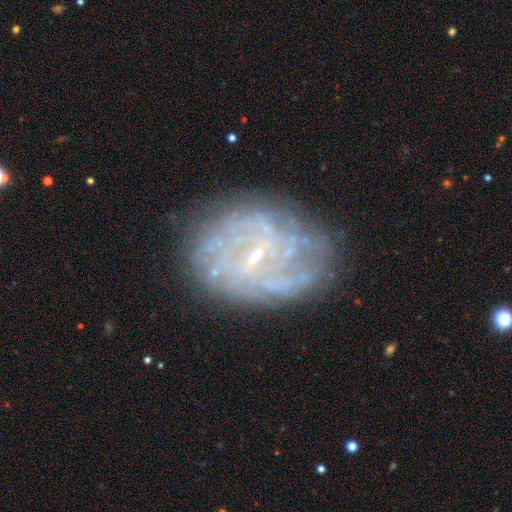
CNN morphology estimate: Smooth or featured? Predicted: featured or disk (p=0.78). Edge-on disk? Predicted: no (p=0.97). Bar? Predicted: weak (p=0.53). Spiral arms? Predicted: yes (p=0.78). Spiral winding? Predicted: tight (p=0.55). Spiral arm count? Predicted: can't tell (p=0.51). Bulge size? Predicted: small (p=0.76). Merging? Predicted: none (p=0.72).